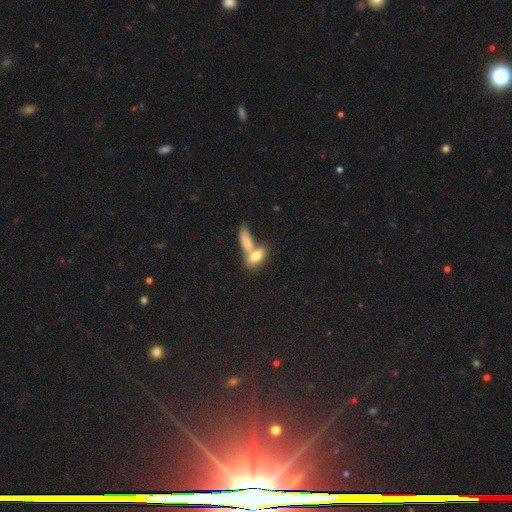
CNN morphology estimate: Smooth or featured? smooth (75%)
How rounded? in between (79%)
Merging? merger (60%)